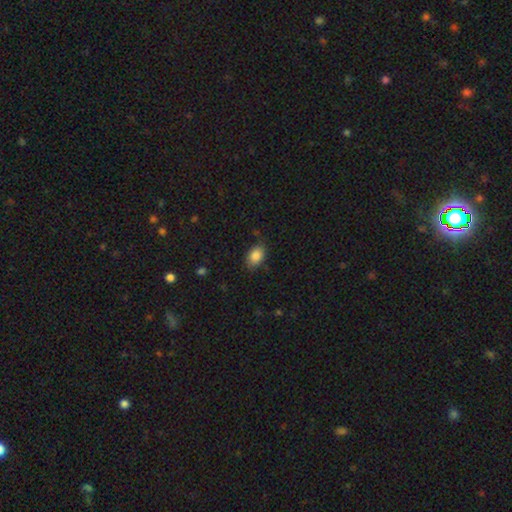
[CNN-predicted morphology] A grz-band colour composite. It shows a smooth galaxy with no disk features (87%) that is in between round and cigar-shaped (83%). Merging: none (77%).